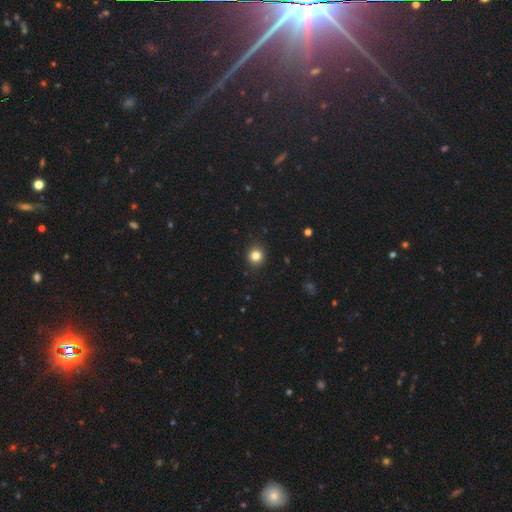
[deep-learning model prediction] smooth-or-featured: smooth: 83% | star or artifact: 12% | featured or disk: 5%
  how-rounded: round: 91% | in between: 8% | cigar-shaped: 1%
  merging: none: 92% | minor disturbance: 6% | major disturbance: 2% | merger: 1%